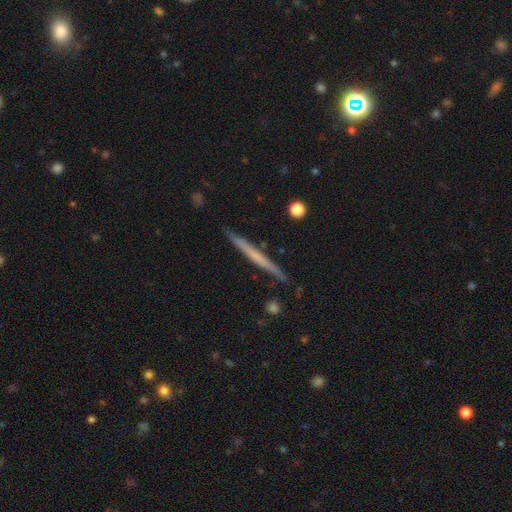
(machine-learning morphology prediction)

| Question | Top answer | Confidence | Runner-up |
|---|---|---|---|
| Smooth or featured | featured or disk | 54% | smooth (41%) |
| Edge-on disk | yes | 97% | no (3%) |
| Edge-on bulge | none | 85% | rounded (10%) |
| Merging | none | 89% | minor disturbance (8%) |